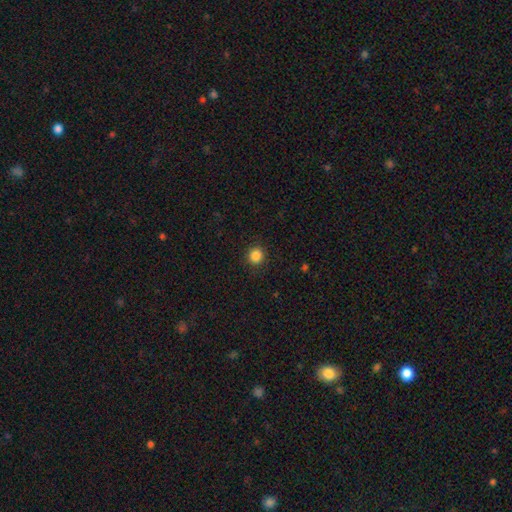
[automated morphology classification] A smooth galaxy with no disk features (86%) that is round (91%). Merging: none (90%).